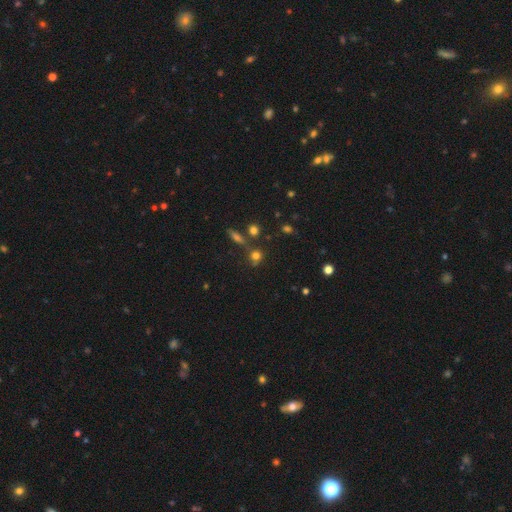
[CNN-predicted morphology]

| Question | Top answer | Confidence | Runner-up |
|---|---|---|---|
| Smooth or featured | smooth | 70% | star or artifact (20%) |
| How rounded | round | 82% | in between (15%) |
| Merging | none | 67% | merger (16%) |